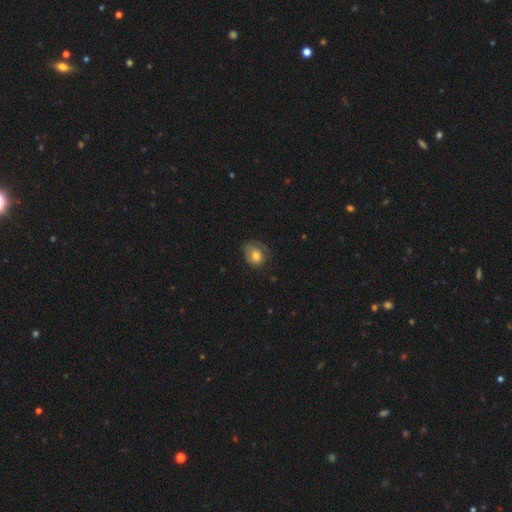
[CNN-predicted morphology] type=smooth (72%); roundness=round (66%); merging=none (51%).